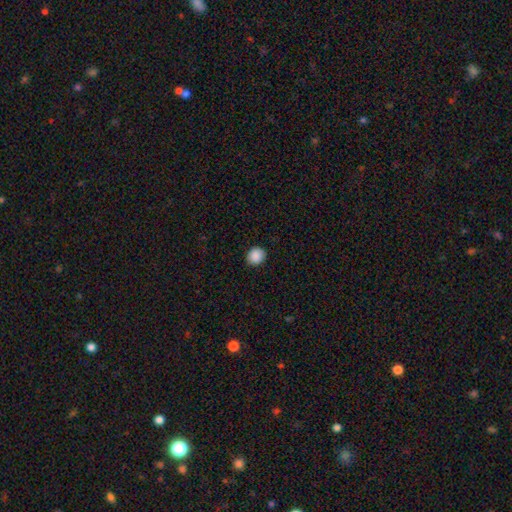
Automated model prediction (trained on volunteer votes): Smooth or featured? smooth (89%)
How rounded? round (78%)
Merging? none (89%)